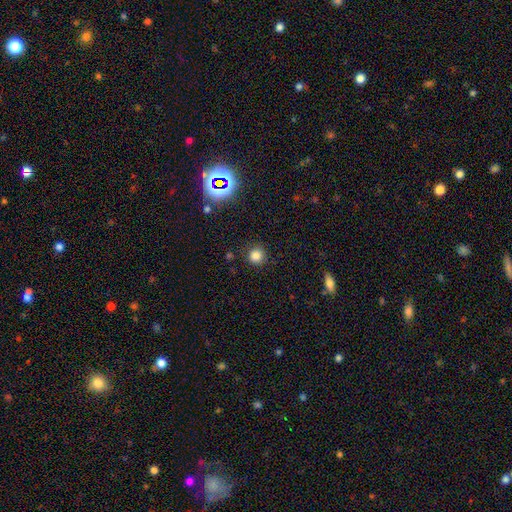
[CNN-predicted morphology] Q: Smooth or featured?
A: smooth (80%); runner-up: star or artifact (15%)
Q: How rounded?
A: round (93%); runner-up: in between (6%)
Q: Merging?
A: none (88%); runner-up: minor disturbance (7%)